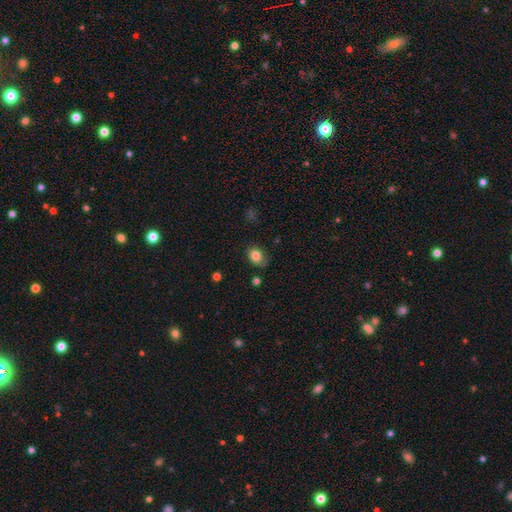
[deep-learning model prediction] Q: Smooth or featured?
A: smooth (82%); runner-up: star or artifact (10%)
Q: How rounded?
A: in between (63%); runner-up: round (36%)
Q: Merging?
A: none (70%); runner-up: minor disturbance (23%)